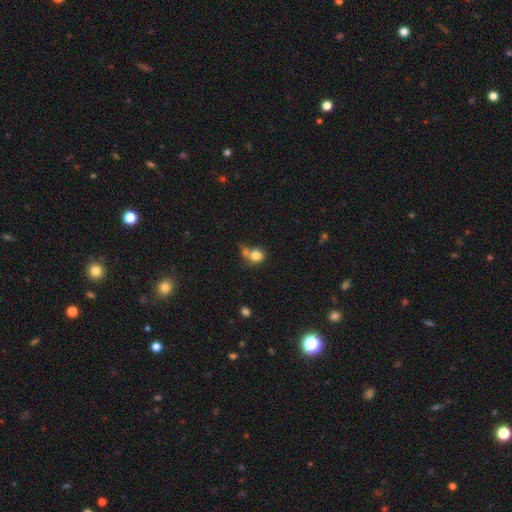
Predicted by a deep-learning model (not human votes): This appears to be a smooth galaxy with no disk features (79%) that is round (67%). Merging: none (40%).